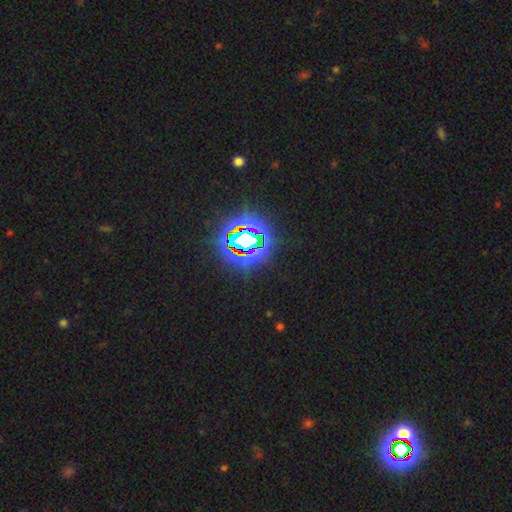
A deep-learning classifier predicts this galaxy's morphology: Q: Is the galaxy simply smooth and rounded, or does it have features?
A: star or artifact — 84%.